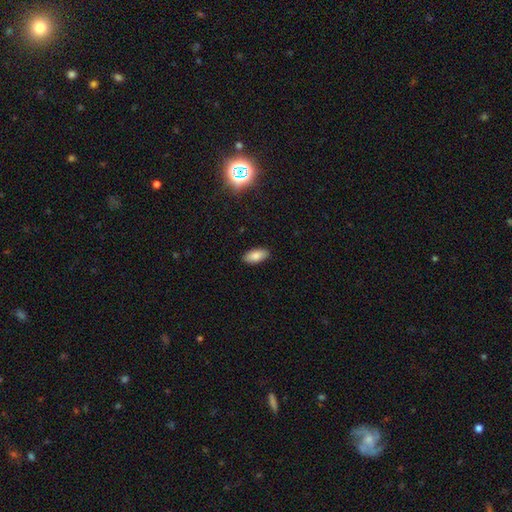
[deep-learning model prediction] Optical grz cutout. It shows a smooth galaxy with no disk features (84%) that is in between round and cigar-shaped (89%). Merging: none (89%).